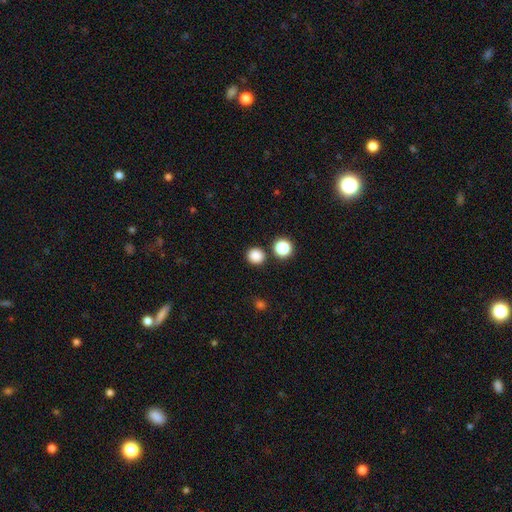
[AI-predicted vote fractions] smooth_or_featured: smooth (p=0.84) [alt: star or artifact p=0.13]
how_rounded: round (p=0.91) [alt: in between p=0.08]
merging: none (p=0.87) [alt: minor disturbance p=0.06]